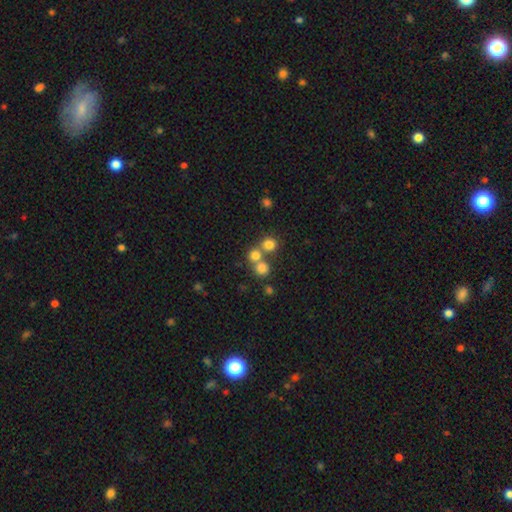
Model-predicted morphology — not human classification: This is likely a smooth galaxy (74%). How rounded: clearly round (88%). Merging: possibly none (51%).